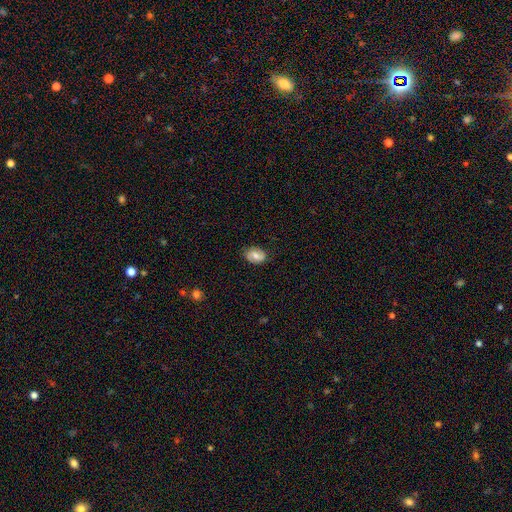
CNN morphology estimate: A smooth galaxy with no disk features (66%) that is in between round and cigar-shaped (82%). Merging: none (80%).